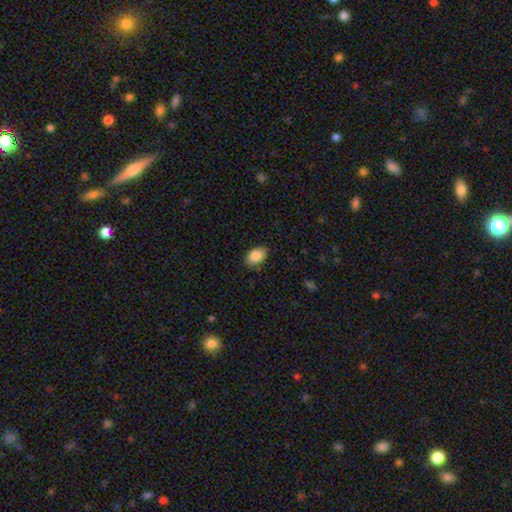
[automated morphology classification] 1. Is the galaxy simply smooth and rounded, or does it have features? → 87% smooth, 7% star or artifact, 6% featured or disk.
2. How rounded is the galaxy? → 87% in between, 12% round, 1% cigar-shaped.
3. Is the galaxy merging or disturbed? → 83% none, 14% minor disturbance, 3% major disturbance, 1% merger.